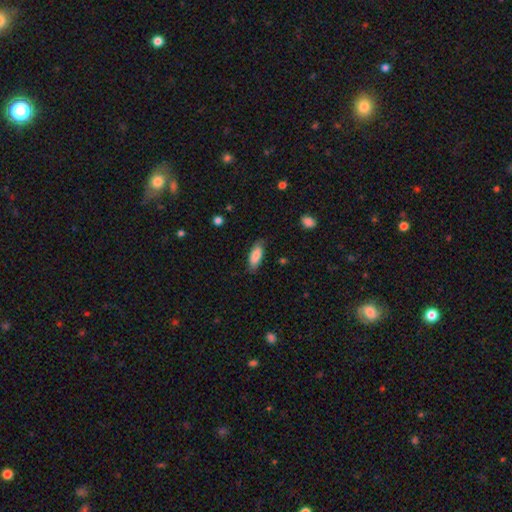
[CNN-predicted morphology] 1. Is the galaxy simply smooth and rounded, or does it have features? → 84% smooth, 10% featured or disk, 6% star or artifact.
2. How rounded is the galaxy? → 76% in between, 23% cigar-shaped, 2% round.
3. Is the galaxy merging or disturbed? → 78% none, 17% minor disturbance, 4% major disturbance, 1% merger.